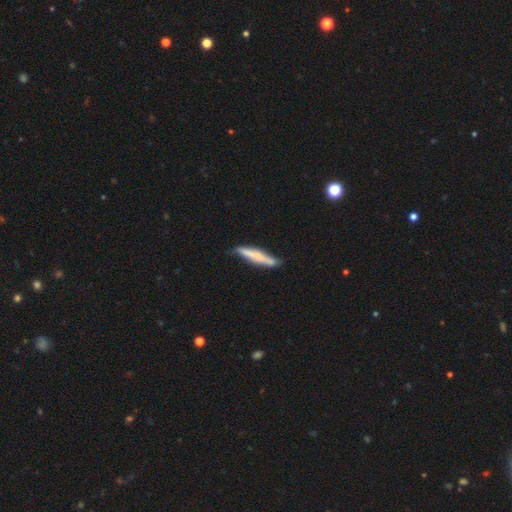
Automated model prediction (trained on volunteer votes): Smooth or featured: smooth — 61% (featured or disk — 33%)
How rounded: cigar-shaped — 91% (in between — 8%)
Merging: none — 68% (minor disturbance — 23%)